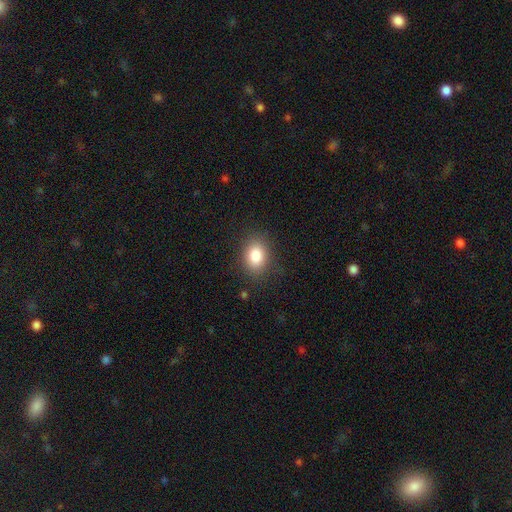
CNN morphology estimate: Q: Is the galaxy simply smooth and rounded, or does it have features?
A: smooth — 85%.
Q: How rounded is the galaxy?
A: in between — 66%.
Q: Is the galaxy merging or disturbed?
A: none — 84%.